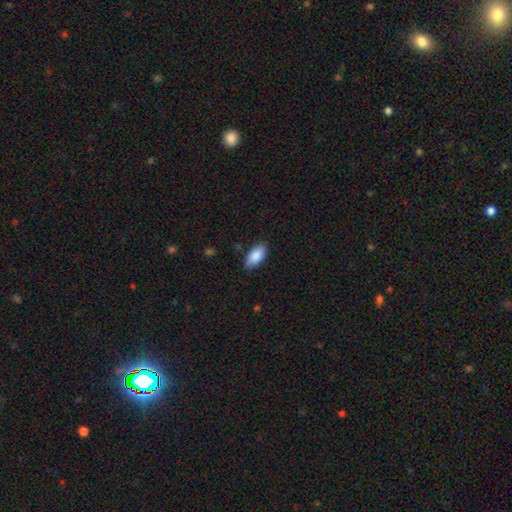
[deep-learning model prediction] Smooth or featured?
  - smooth: 86% *
  - featured or disk: 8%
  - star or artifact: 6%
How rounded?
  - in between: 91% *
  - cigar-shaped: 7%
  - round: 2%
Merging?
  - none: 83% *
  - minor disturbance: 14%
  - major disturbance: 2%
  - merger: 1%